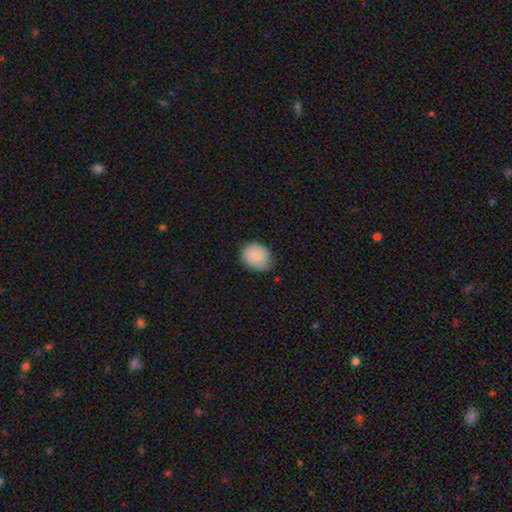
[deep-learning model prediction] Morphology: type=smooth (84%); roundness=round (52%); merging=none (68%).